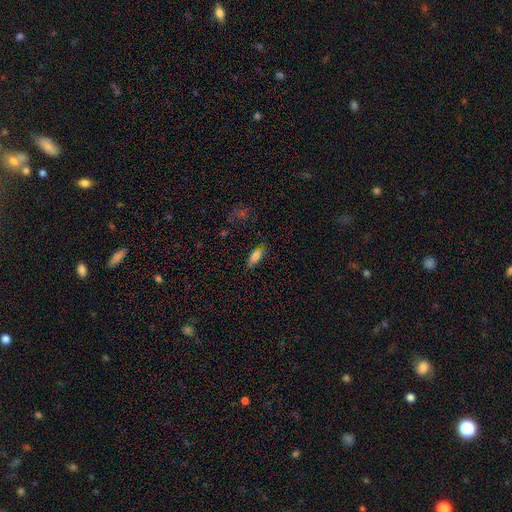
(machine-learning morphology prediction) The model was most divided on "how rounded": in between: 70%, cigar-shaped: 27%, round: 3%. More confident: smooth or featured — smooth (79%); merging — none (77%).